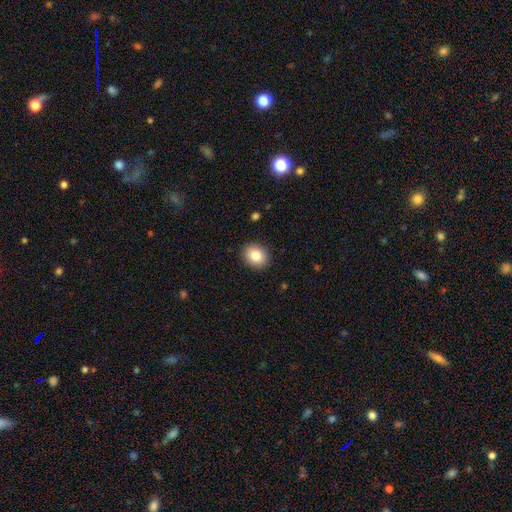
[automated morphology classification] Overall: smooth (84%). How rounded: round (53%; in between 46%). Merging: none (90%).